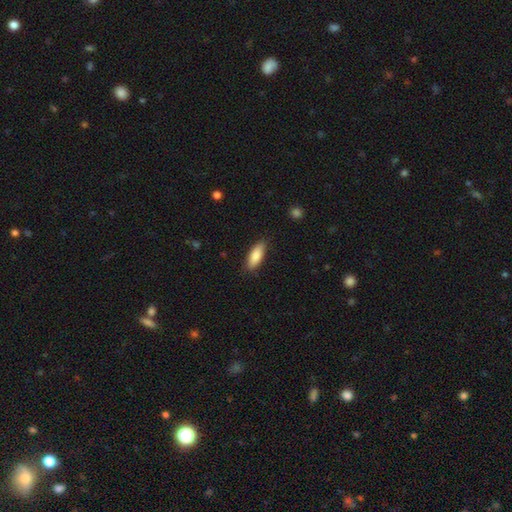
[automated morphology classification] smooth 84%, featured or disk 10%, star or artifact 6%. Down the decision tree: how rounded — in between (70%); merging — none (86%).